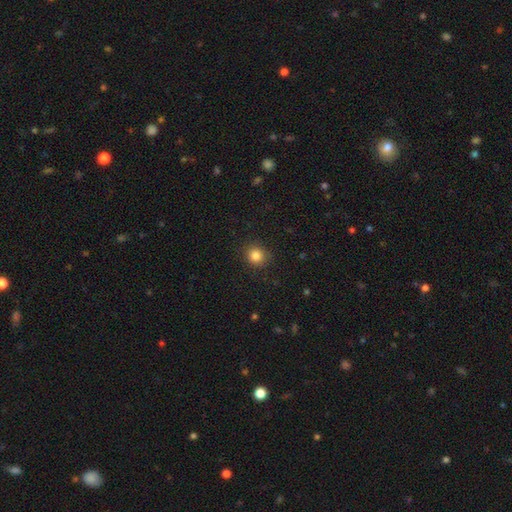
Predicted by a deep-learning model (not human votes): Morphology: type=smooth (84%); roundness=round (88%); merging=none (89%).